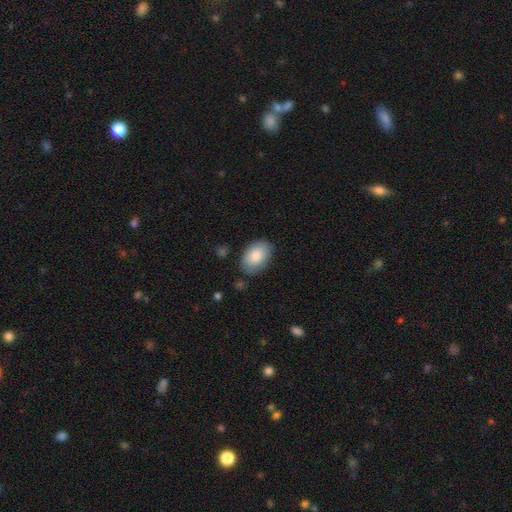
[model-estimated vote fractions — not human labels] Overall: smooth (83%). How rounded: in between (90%). Merging: none (81%).